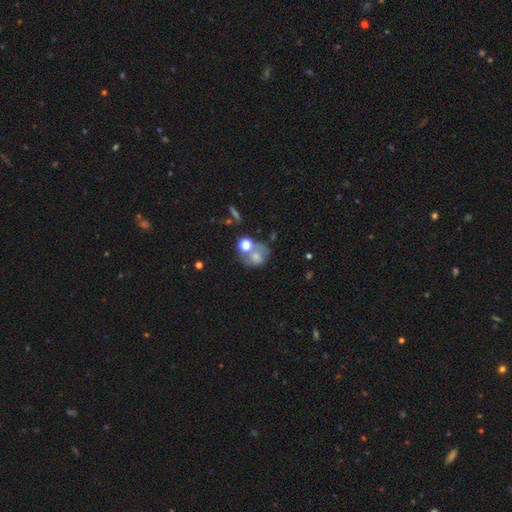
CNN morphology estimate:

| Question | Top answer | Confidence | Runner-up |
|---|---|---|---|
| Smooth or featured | smooth | 56% | featured or disk (28%) |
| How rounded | round | 53% | in between (46%) |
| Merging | none | 35% | merger (31%) |